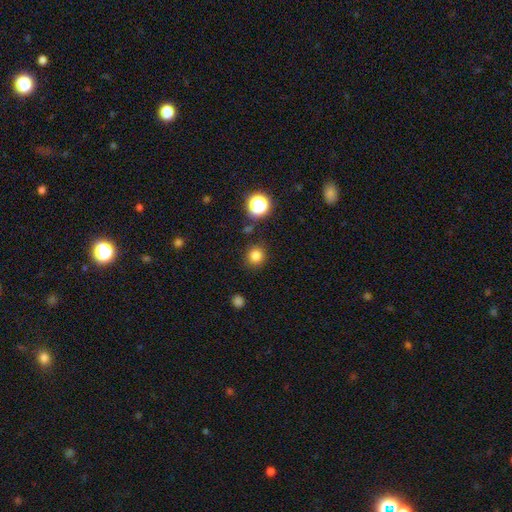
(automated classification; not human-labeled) The model was most divided on "smooth or featured": smooth: 80%, star or artifact: 15%, featured or disk: 5%. More confident: how rounded — round (91%); merging — none (87%).